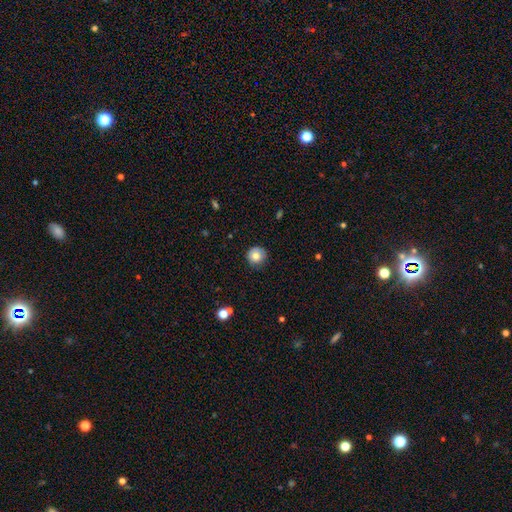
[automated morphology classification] Smooth or featured? smooth (79%)
How rounded? round (94%)
Merging? none (83%)